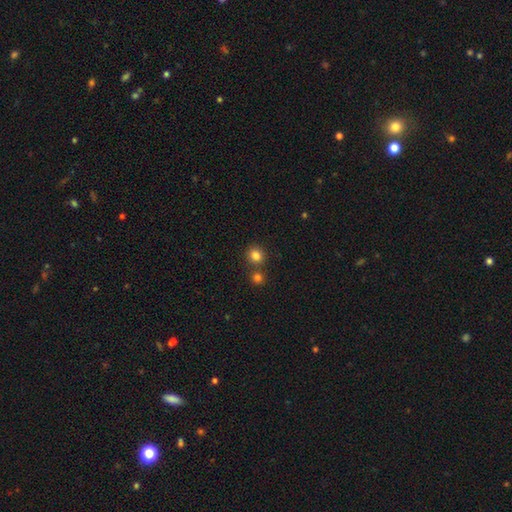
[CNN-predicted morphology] A smooth galaxy with no disk features (82%) that is round (89%). Merging: none (74%).